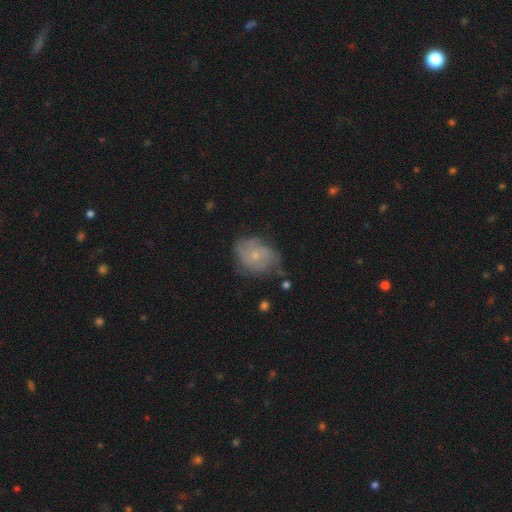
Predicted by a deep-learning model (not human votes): A featured or disk galaxy (48%).

Vote fractions:
- Smooth or featured? featured or disk: 48% / smooth: 43% / star or artifact: 9%
- Merging? none: 51% / minor disturbance: 32% / major disturbance: 14% / merger: 3%